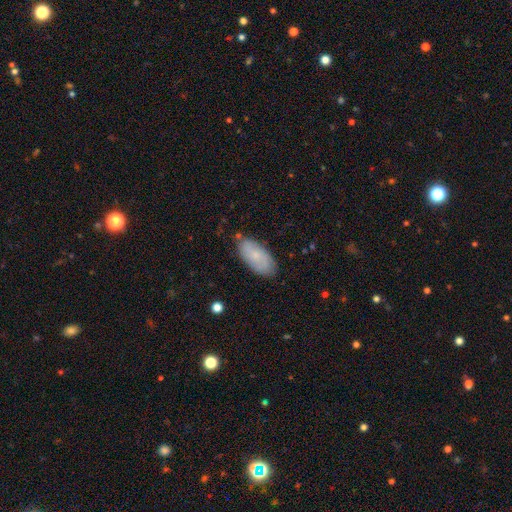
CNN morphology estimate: A smooth galaxy with no disk features (73%) that is in between round and cigar-shaped (93%).

Vote fractions:
- Smooth or featured? smooth: 73% / featured or disk: 21% / star or artifact: 7%
- How rounded? in between: 93% / cigar-shaped: 5% / round: 2%
- Merging? none: 77% / minor disturbance: 18% / major disturbance: 3% / merger: 2%